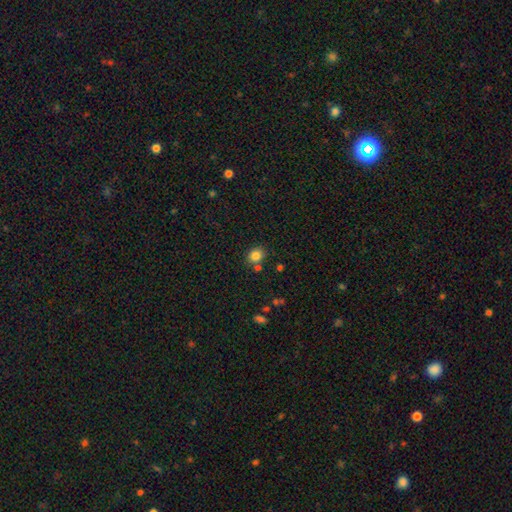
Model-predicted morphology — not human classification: This appears to be a smooth galaxy with no disk features (83%) that is round (65%). Merging: none (77%).